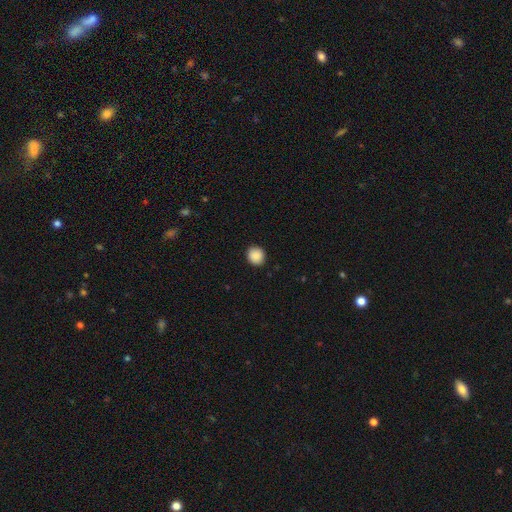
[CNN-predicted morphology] Smooth or featured? smooth (89%)
How rounded? round (88%)
Merging? none (91%)